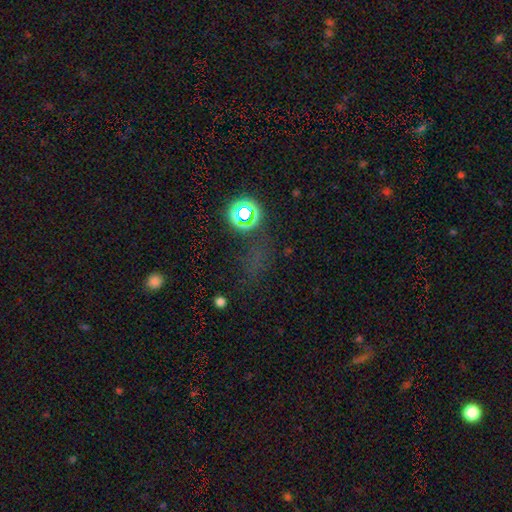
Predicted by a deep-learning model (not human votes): A star or artifact, not a galaxy (55%).